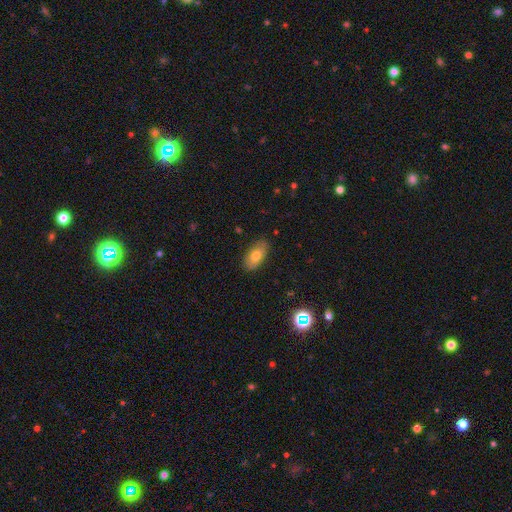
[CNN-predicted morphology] Smooth or featured?
  - smooth: 73% *
  - featured or disk: 19%
  - star or artifact: 8%
How rounded?
  - in between: 91% *
  - cigar-shaped: 5%
  - round: 4%
Merging?
  - none: 84% *
  - minor disturbance: 12%
  - major disturbance: 2%
  - merger: 1%